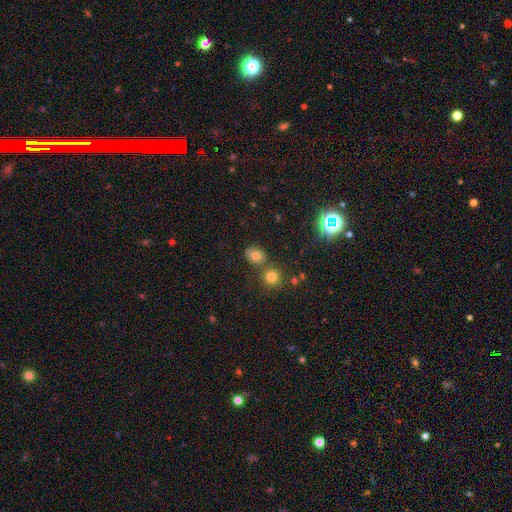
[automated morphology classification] Smooth or featured? Predicted: smooth (p=0.69). How rounded? Predicted: in between (p=0.54). Merging? Predicted: none (p=0.71).